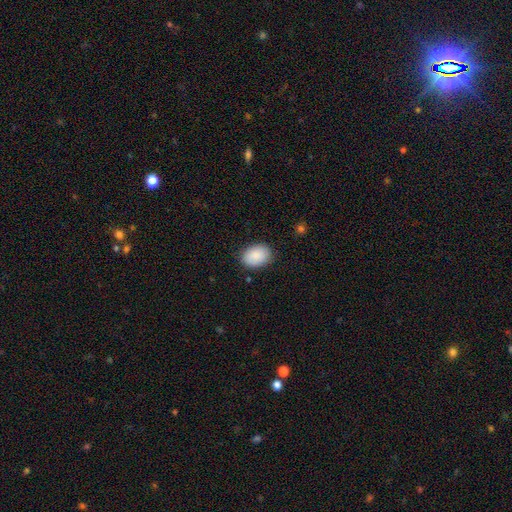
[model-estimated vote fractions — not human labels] smooth_or_featured: smooth (p=0.89) [alt: star or artifact p=0.06]
how_rounded: in between (p=0.80) [alt: round p=0.19]
merging: none (p=0.86) [alt: minor disturbance p=0.11]